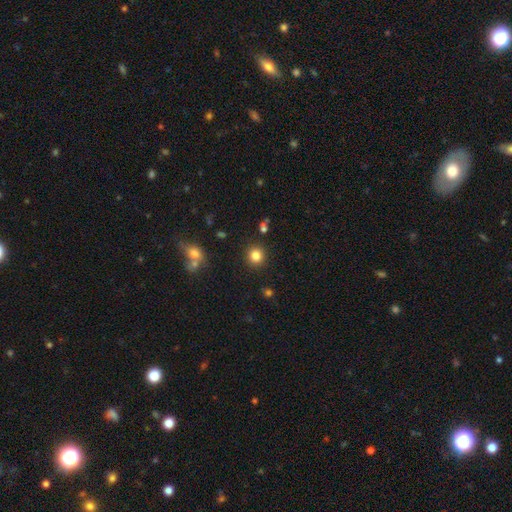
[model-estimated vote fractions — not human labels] A smooth galaxy with no disk features (83%) that is round (92%).

Vote fractions:
- Smooth or featured? smooth: 83% / star or artifact: 12% / featured or disk: 6%
- How rounded? round: 92% / in between: 7% / cigar-shaped: 1%
- Merging? none: 89% / minor disturbance: 6% / merger: 3% / major disturbance: 2%